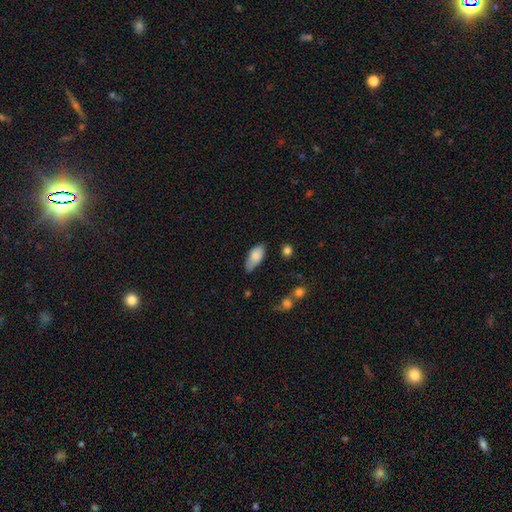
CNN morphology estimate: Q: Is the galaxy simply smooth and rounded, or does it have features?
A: smooth — 81%.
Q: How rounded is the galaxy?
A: in between — 89%.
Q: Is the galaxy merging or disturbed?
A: none — 59%.